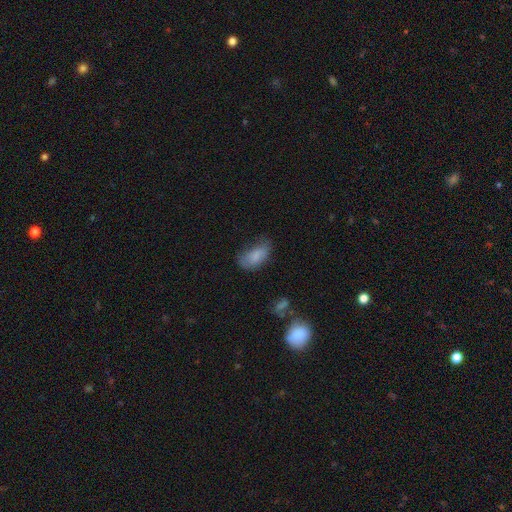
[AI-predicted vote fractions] A smooth galaxy with no disk features (80%) that is in between round and cigar-shaped (92%).

Vote fractions:
- Smooth or featured? smooth: 80% / featured or disk: 11% / star or artifact: 8%
- How rounded? in between: 92% / round: 4% / cigar-shaped: 4%
- Merging? none: 44% / minor disturbance: 37% / major disturbance: 17% / merger: 3%